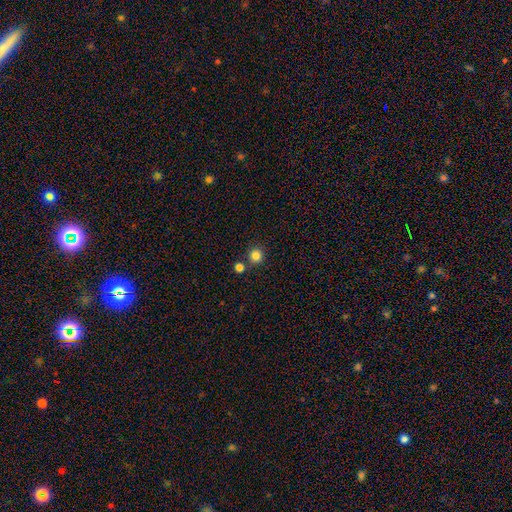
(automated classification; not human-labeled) This appears to be a smooth galaxy with no disk features (83%) that is round (94%). Merging: none (81%).